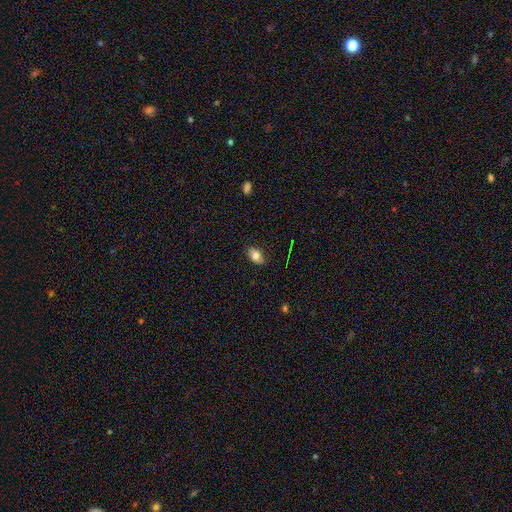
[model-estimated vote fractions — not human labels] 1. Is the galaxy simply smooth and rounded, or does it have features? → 79% smooth, 13% featured or disk, 9% star or artifact.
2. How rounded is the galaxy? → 88% in between, 10% round, 2% cigar-shaped.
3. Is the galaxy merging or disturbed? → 84% none, 13% minor disturbance, 2% major disturbance, 1% merger.